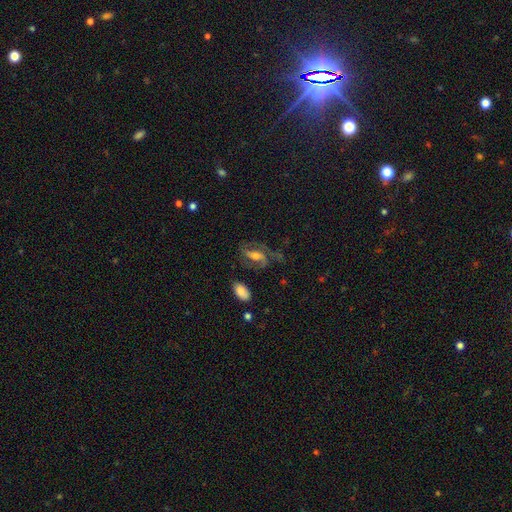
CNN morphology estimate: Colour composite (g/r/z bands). It shows a featured or disk galaxy (72%) with a weak bar (37%), 2 (80%) medium (49%) spiral arms (88%) and a moderate central bulge (58%). Merging: none (55%).